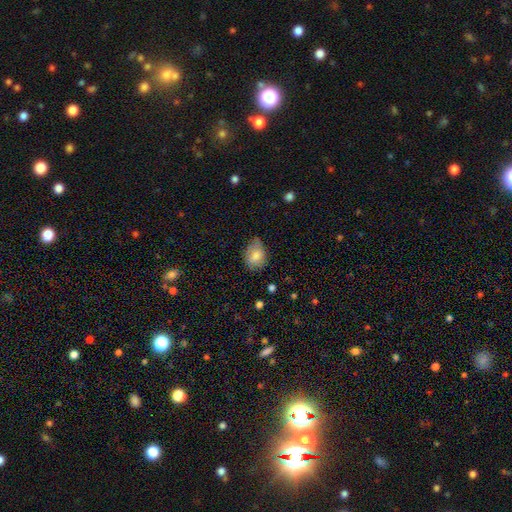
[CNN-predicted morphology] A smooth galaxy with no disk features (81%) that is in between round and cigar-shaped (62%). Merging: none (58%).